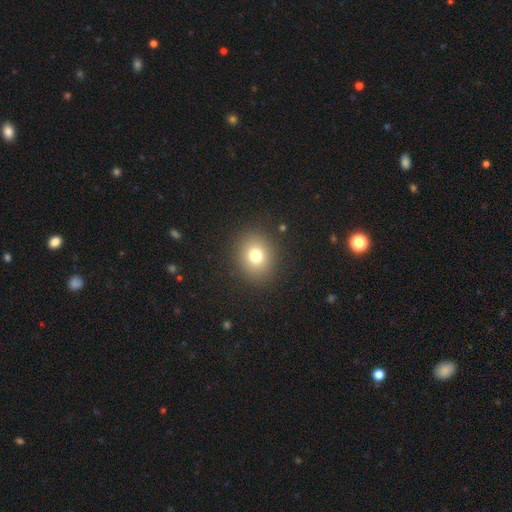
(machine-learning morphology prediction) Smooth or featured: smooth — 76% (star or artifact — 14%)
How rounded: round — 72% (in between — 27%)
Merging: none — 89% (minor disturbance — 6%)